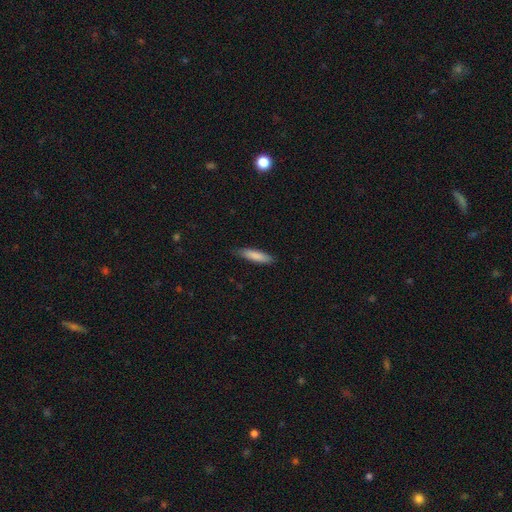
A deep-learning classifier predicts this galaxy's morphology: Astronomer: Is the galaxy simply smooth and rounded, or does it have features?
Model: smooth — 85%.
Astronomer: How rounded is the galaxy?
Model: cigar-shaped — 71%.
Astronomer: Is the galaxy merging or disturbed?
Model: none — 84%.